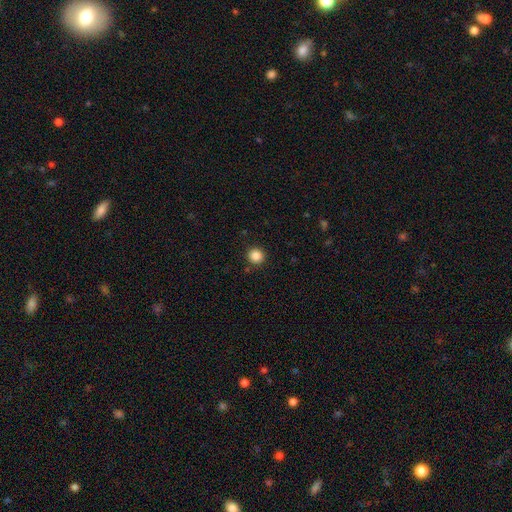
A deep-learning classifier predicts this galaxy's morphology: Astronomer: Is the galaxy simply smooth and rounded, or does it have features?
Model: smooth — 85%.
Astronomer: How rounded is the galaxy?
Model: round — 94%.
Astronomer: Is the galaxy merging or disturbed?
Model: none — 91%.